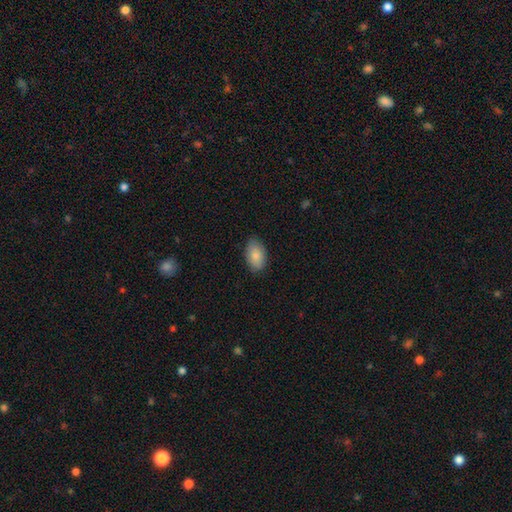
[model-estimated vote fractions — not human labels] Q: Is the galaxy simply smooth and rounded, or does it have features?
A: smooth — 87%.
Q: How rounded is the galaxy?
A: in between — 93%.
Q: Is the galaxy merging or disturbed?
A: none — 86%.